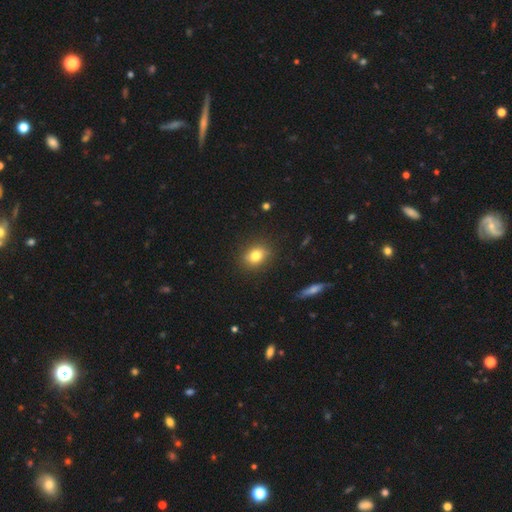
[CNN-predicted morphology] Smooth or featured? smooth (79%)
How rounded? round (51%)
Merging? none (85%)